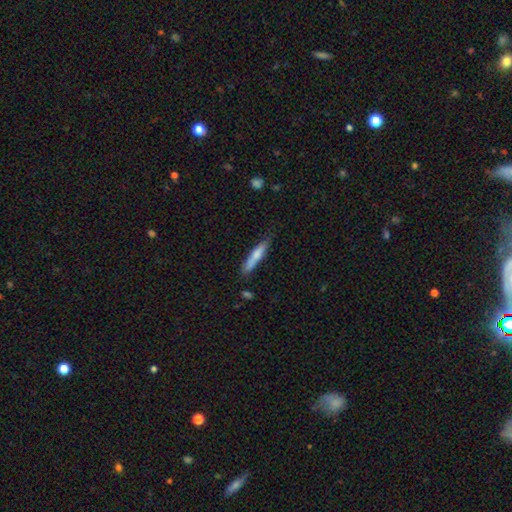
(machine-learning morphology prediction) smooth-or-featured: smooth: 72% | featured or disk: 23% | star or artifact: 6%
  how-rounded: cigar-shaped: 88% | in between: 10% | round: 1%
  merging: none: 73% | minor disturbance: 19% | merger: 4% | major disturbance: 4%